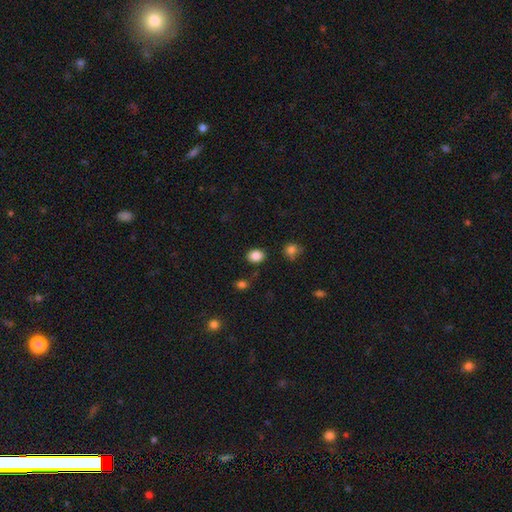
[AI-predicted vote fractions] Smooth or featured? smooth (86%)
How rounded? in between (51%)
Merging? none (84%)